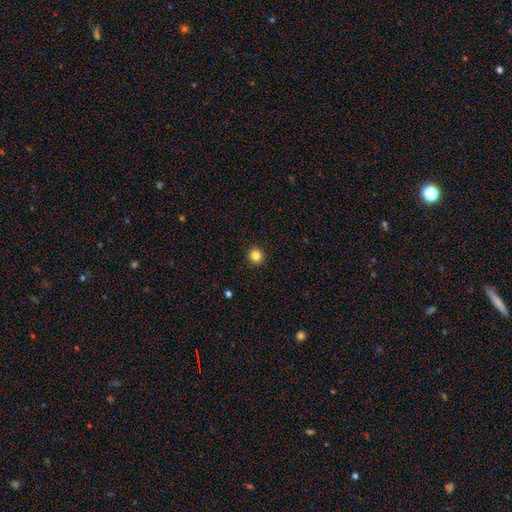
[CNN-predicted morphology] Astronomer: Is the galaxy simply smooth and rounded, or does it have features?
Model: smooth — 83%.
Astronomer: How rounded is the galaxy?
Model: round — 92%.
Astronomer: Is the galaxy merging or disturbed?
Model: none — 93%.